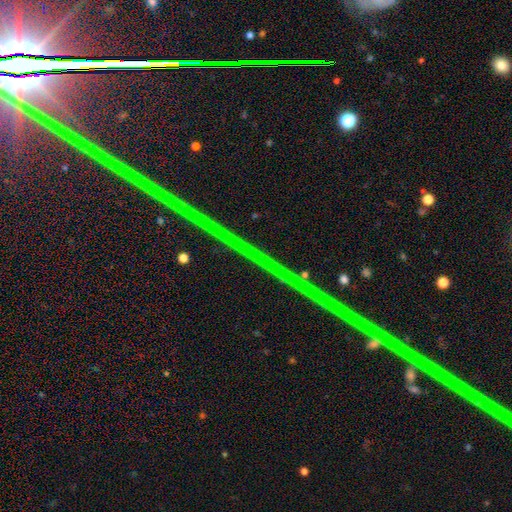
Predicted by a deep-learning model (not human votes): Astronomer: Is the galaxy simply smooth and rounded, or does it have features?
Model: star or artifact — 88%.